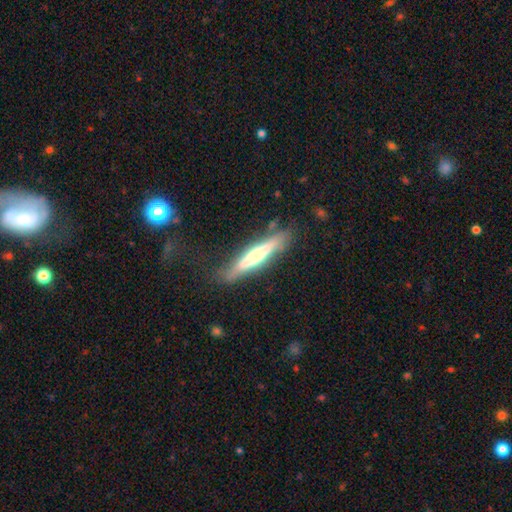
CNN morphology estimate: smooth-or-featured: featured or disk: 48% | smooth: 46% | star or artifact: 6%
  merging: none: 75% | minor disturbance: 17% | major disturbance: 5% | merger: 3%